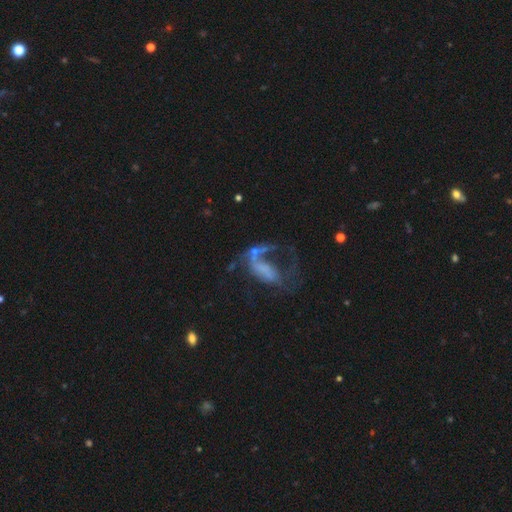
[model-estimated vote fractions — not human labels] Q: Smooth or featured?
A: featured or disk (56%); runner-up: smooth (30%)
Q: Edge-on disk?
A: no (95%); runner-up: yes (5%)
Q: Bar?
A: no (68%); runner-up: weak (20%)
Q: Spiral arms?
A: no (57%); runner-up: yes (43%)
Q: Bulge size?
A: none (61%); runner-up: small (18%)
Q: Merging?
A: major disturbance (52%); runner-up: none (21%)